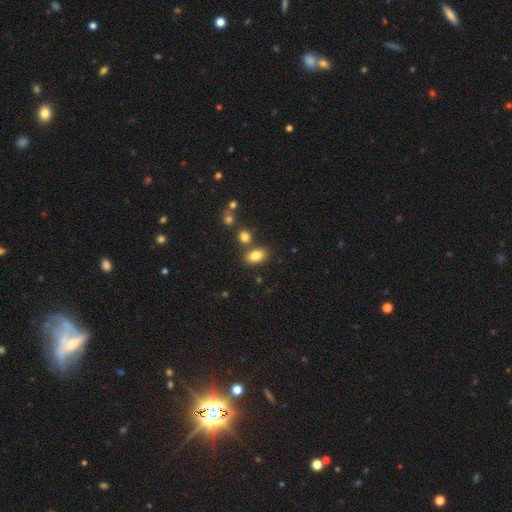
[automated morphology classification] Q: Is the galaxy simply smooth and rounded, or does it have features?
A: smooth — 82%.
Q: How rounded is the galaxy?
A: in between — 86%.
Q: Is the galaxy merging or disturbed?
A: none — 73%.